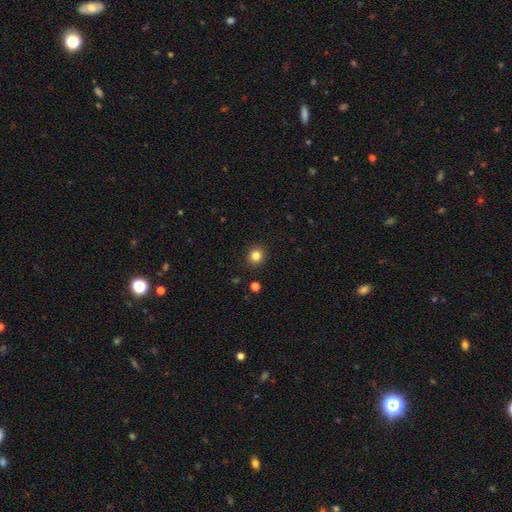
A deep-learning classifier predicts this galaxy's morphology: This is clearly a smooth galaxy (82%). How rounded: clearly round (89%). Merging: clearly none (91%).